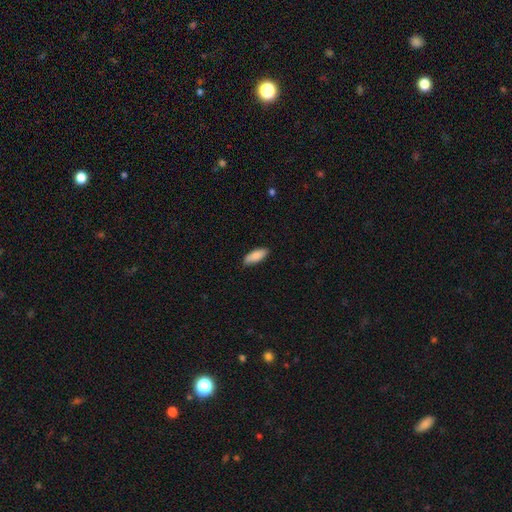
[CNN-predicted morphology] This is clearly a smooth galaxy (87%). How rounded: likely in between (74%). Merging: clearly none (84%).